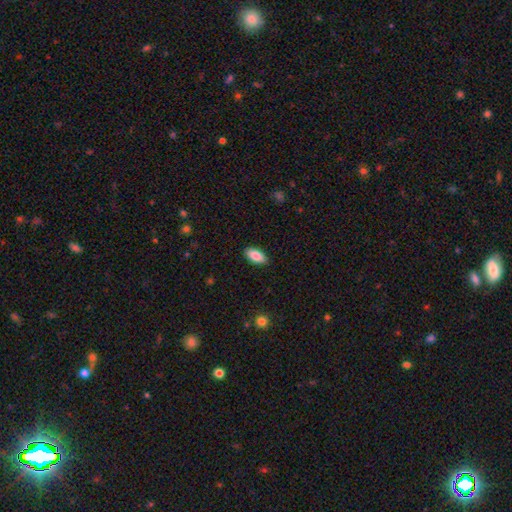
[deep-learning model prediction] smooth_or_featured: smooth (p=0.87) [alt: star or artifact p=0.06]
how_rounded: in between (p=0.91) [alt: cigar-shaped p=0.07]
merging: none (p=0.89) [alt: minor disturbance p=0.08]